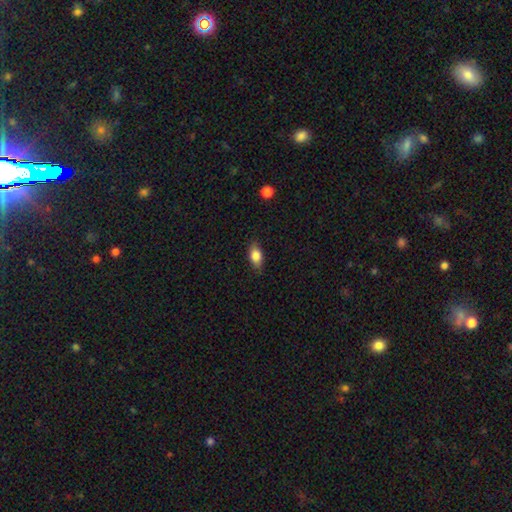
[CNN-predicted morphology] Smooth or featured: smooth — 82% (featured or disk — 11%)
How rounded: in between — 86% (round — 9%)
Merging: none — 82% (minor disturbance — 14%)